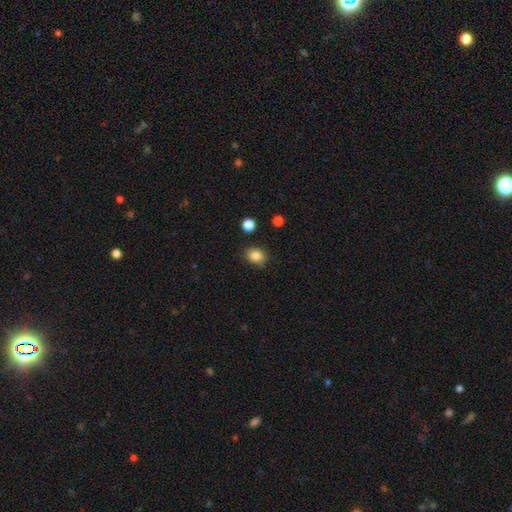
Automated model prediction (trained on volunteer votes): Overall: smooth (85%). How rounded: round (55%; in between 44%). Merging: none (80%).